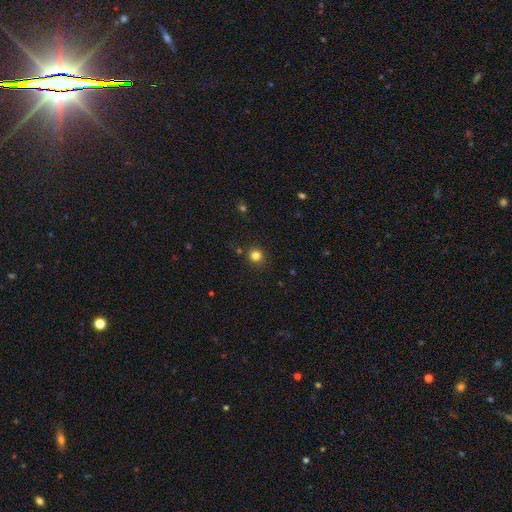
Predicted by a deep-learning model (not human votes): Smooth or featured? Predicted: smooth (p=0.81). How rounded? Predicted: round (p=0.91). Merging? Predicted: none (p=0.86).